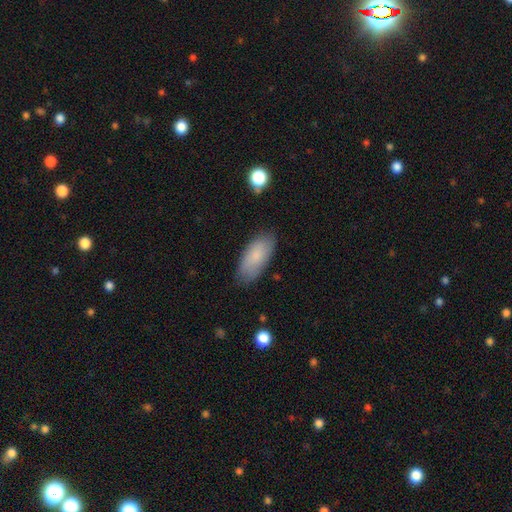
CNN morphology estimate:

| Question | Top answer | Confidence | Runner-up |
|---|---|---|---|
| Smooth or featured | smooth | 82% | featured or disk (12%) |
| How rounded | in between | 87% | cigar-shaped (11%) |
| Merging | none | 81% | minor disturbance (15%) |